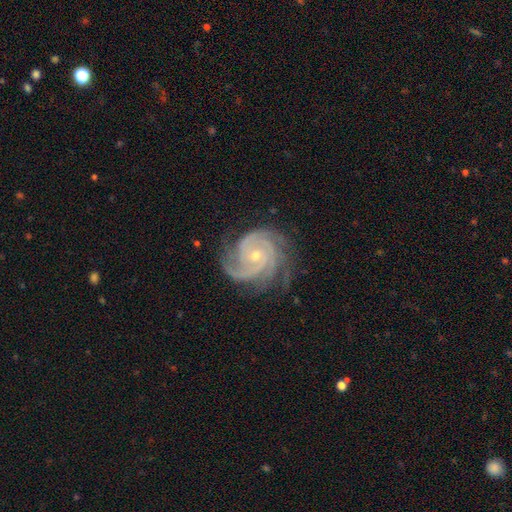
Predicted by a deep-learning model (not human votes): Smooth or featured? Predicted: featured or disk (p=0.93). Edge-on disk? Predicted: no (p=0.98). Bar? Predicted: no (p=0.71). Spiral arms? Predicted: yes (p=0.99). Spiral winding? Predicted: tight (p=0.68). Spiral arm count? Predicted: 3 (p=0.46). Bulge size? Predicted: small (p=0.63). Merging? Predicted: none (p=0.73).